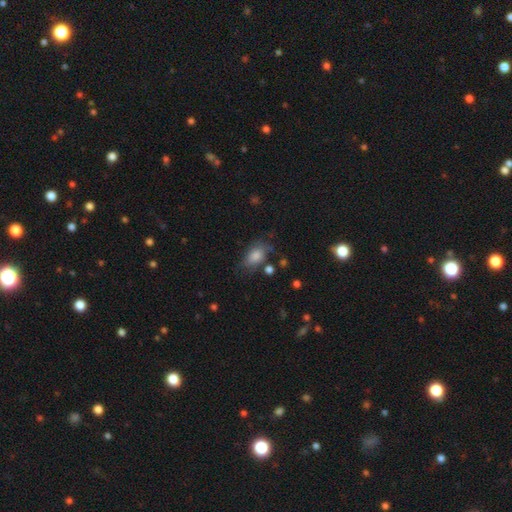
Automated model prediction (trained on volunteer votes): smooth_or_featured: smooth (p=0.69) [alt: featured or disk p=0.21]
how_rounded: in between (p=0.86) [alt: round p=0.11]
merging: none (p=0.56) [alt: minor disturbance p=0.26]